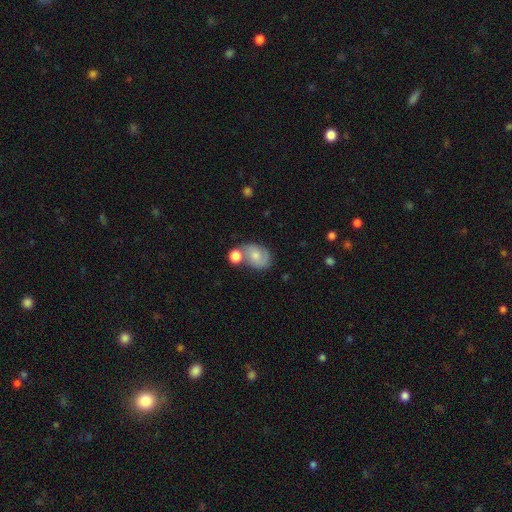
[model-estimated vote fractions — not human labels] Morphology: type=smooth (50%); merging=none (46%).